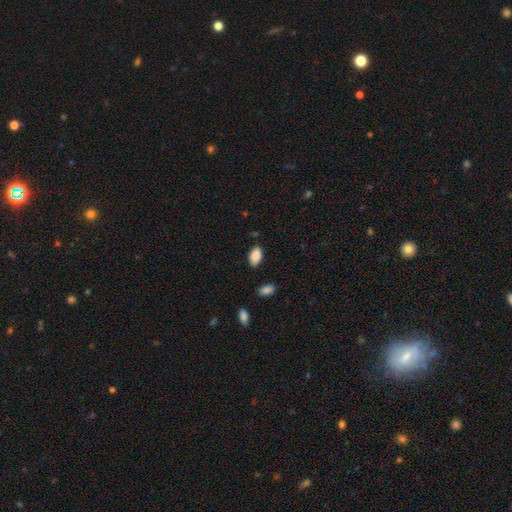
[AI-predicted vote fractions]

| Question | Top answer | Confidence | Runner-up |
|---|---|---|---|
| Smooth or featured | smooth | 90% | star or artifact (7%) |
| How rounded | in between | 94% | round (4%) |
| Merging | none | 83% | minor disturbance (13%) |